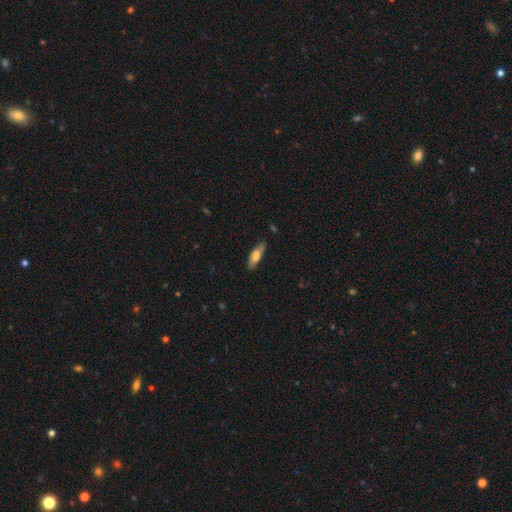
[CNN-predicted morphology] Smooth or featured?
  - smooth: 69% *
  - featured or disk: 25%
  - star or artifact: 6%
How rounded?
  - cigar-shaped: 50% *
  - in between: 48%
  - round: 2%
Merging?
  - none: 79% *
  - minor disturbance: 16%
  - major disturbance: 3%
  - merger: 2%